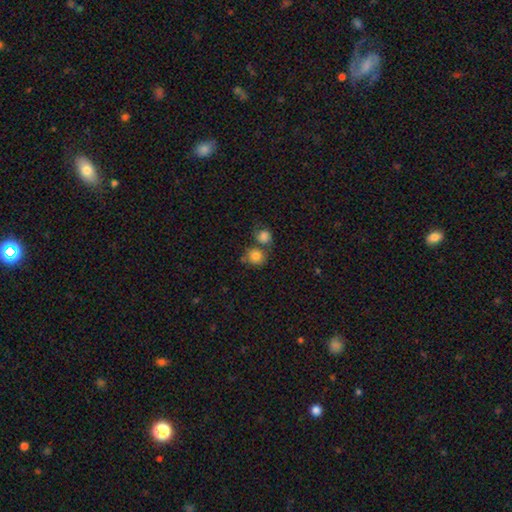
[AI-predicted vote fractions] Smooth or featured? smooth (83%)
How rounded? round (82%)
Merging? none (48%)